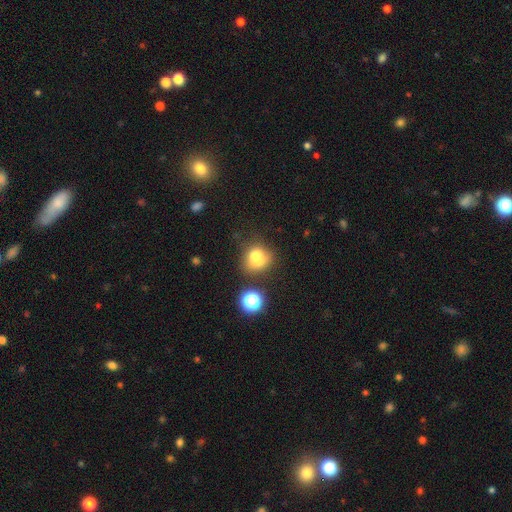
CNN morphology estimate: Smooth or featured? Predicted: smooth (p=0.68). How rounded? Predicted: round (p=0.71). Merging? Predicted: merger (p=0.40).